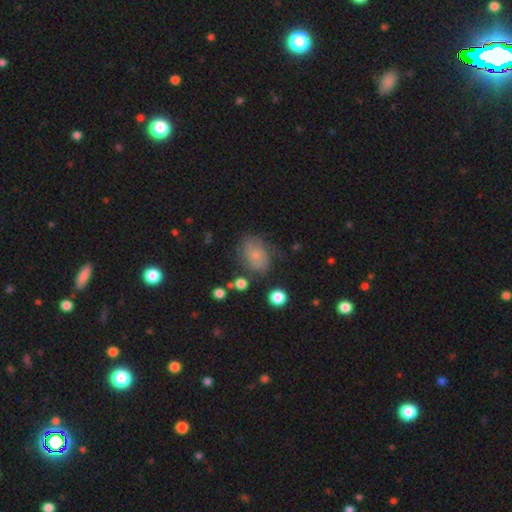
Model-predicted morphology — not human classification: The model was most divided on "how rounded": in between: 67%, round: 32%, cigar-shaped: 1%. More confident: smooth or featured — smooth (65%); merging — none (63%).